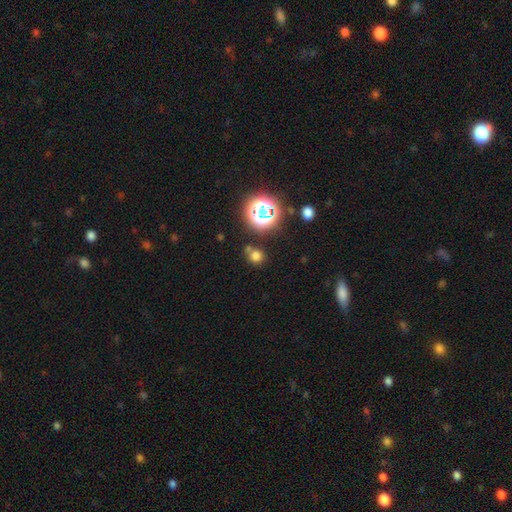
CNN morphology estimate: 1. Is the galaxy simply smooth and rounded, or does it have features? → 67% smooth, 26% star or artifact, 7% featured or disk.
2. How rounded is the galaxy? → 82% round, 17% in between, 1% cigar-shaped.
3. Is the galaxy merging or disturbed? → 70% none, 14% merger, 11% minor disturbance, 4% major disturbance.